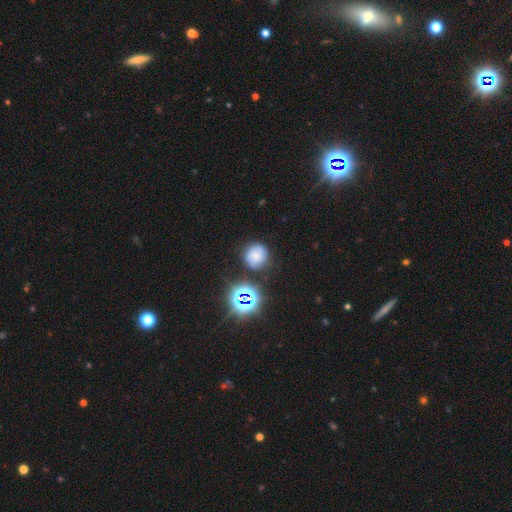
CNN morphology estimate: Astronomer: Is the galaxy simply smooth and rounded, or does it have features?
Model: smooth — 47% (runner-up: featured or disk, 33%).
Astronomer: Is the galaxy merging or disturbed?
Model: none — 75%.